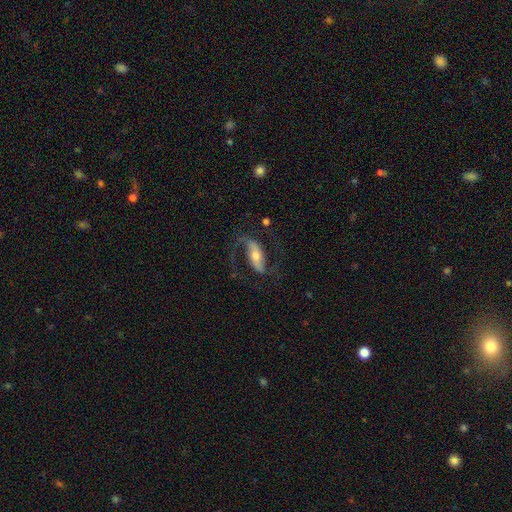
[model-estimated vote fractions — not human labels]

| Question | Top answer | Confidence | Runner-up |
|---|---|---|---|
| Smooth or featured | featured or disk | 82% | smooth (12%) |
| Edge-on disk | no | 92% | yes (8%) |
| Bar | strong | 51% | weak (28%) |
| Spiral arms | yes | 94% | no (6%) |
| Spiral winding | loose | 46% | medium (43%) |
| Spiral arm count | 2 | 90% | 1 (4%) |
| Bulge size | moderate | 56% | small (34%) |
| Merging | none | 71% | major disturbance (14%) |